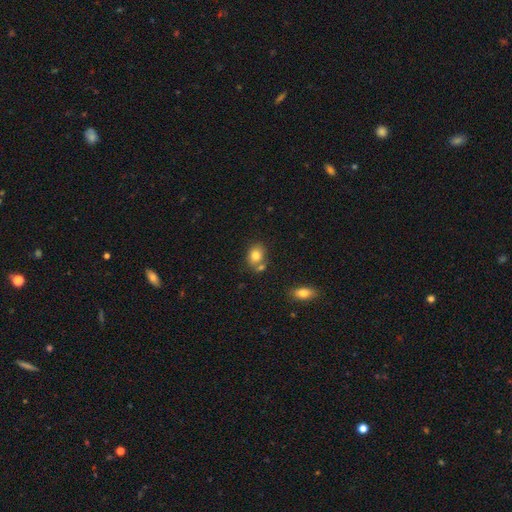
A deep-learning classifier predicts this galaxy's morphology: Smooth or featured? smooth (79%)
How rounded? in between (62%)
Merging? none (60%)